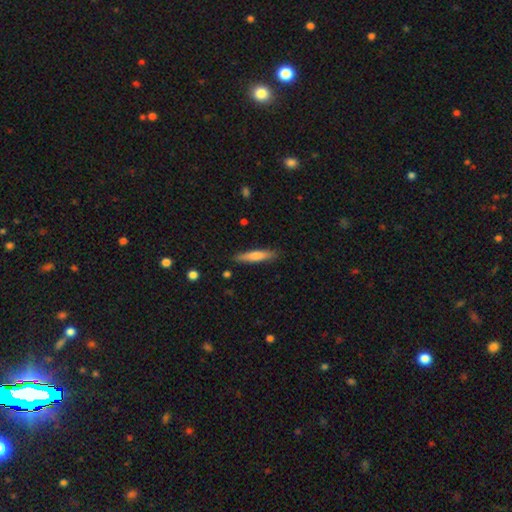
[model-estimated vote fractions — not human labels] Overall: smooth (72%). How rounded: cigar-shaped (87%). Merging: none (87%).